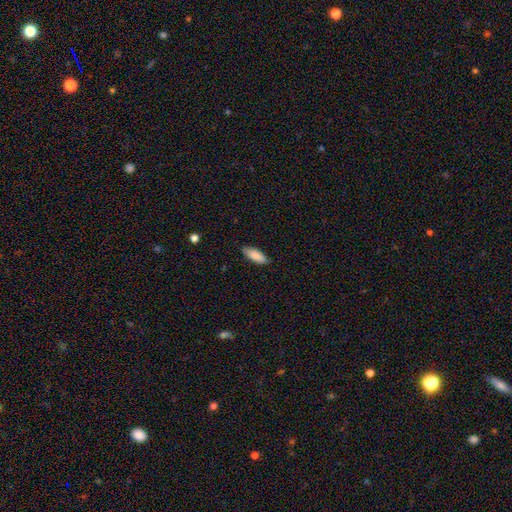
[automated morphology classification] A smooth galaxy with no disk features (87%) that is in between round and cigar-shaped (75%). Merging: none (85%).